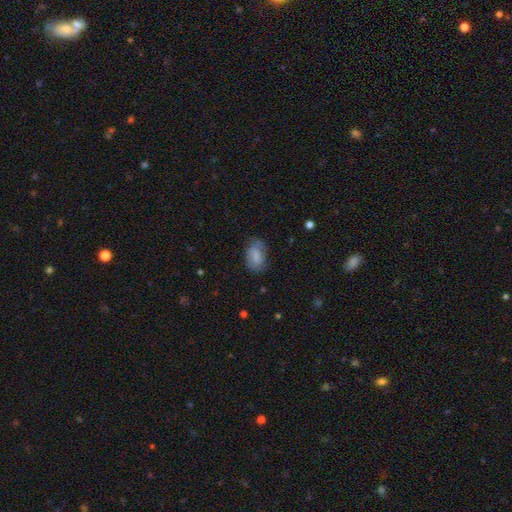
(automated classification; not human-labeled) A smooth galaxy with no disk features (59%) that is in between round and cigar-shaped (86%). Merging: none (70%).